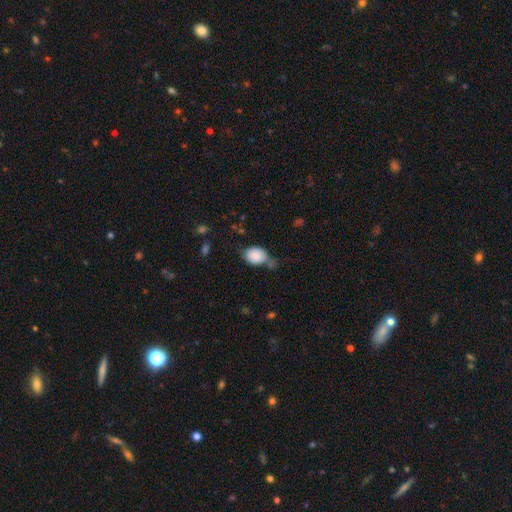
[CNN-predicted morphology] Smooth or featured? smooth (82%)
How rounded? in between (66%)
Merging? none (40%)